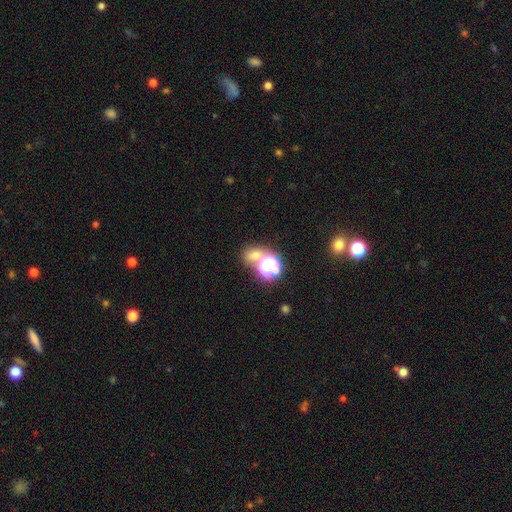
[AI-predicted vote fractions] Morphology: type=smooth (53%); roundness=round (61%); merging=none (53%).